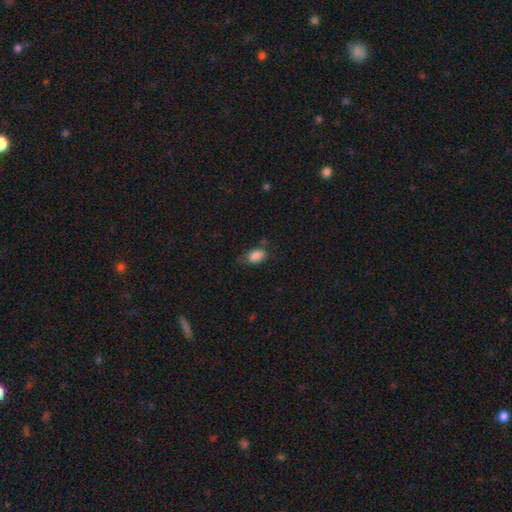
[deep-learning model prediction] The model was most divided on "merging": none: 59%, minor disturbance: 30%, major disturbance: 9%, merger: 2%. More confident: how rounded — in between (89%); smooth or featured — smooth (86%).